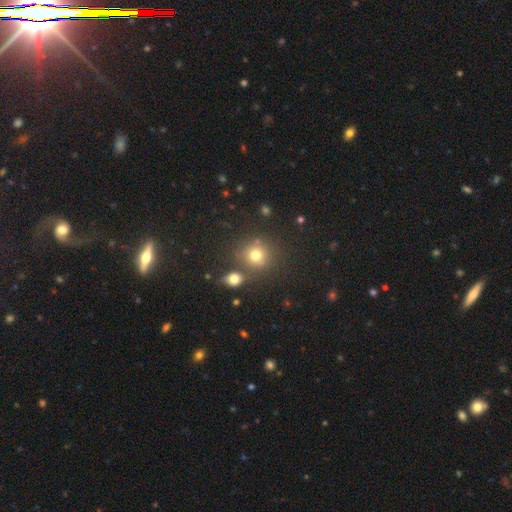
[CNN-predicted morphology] type=smooth (69%); roundness=round (86%); merging=none (71%).